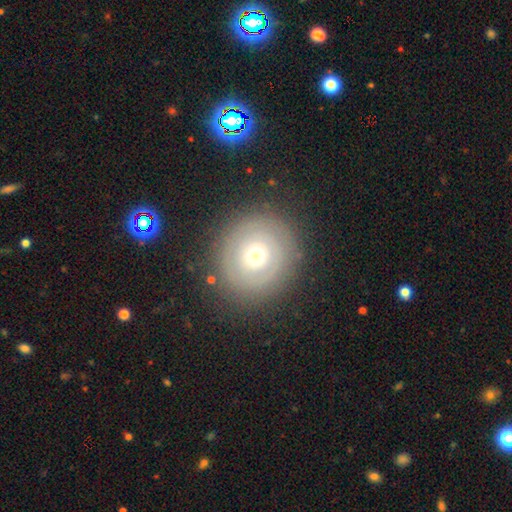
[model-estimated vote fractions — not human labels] This appears to be a smooth galaxy with no disk features (49%). Merging: none (83%).